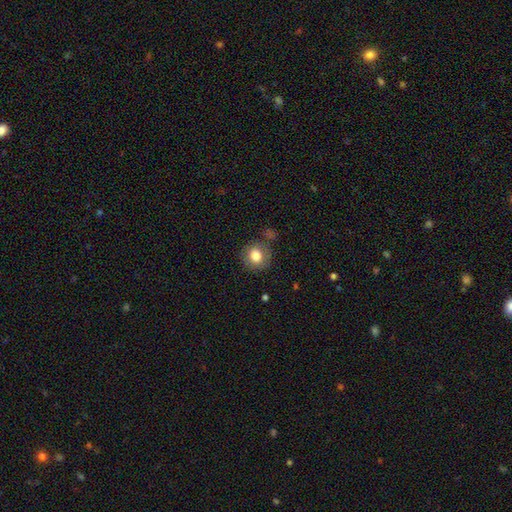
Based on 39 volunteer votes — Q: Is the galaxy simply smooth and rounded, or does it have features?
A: smooth — 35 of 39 (90%).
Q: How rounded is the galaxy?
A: round — 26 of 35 (74%).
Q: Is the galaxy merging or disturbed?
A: none — 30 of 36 (83%).